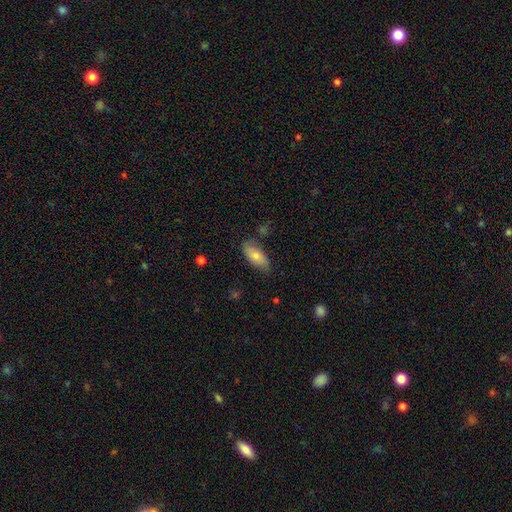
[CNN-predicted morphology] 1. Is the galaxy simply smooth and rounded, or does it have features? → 74% smooth, 19% featured or disk, 6% star or artifact.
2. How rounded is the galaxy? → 85% in between, 12% cigar-shaped, 2% round.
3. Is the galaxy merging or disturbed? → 76% none, 18% minor disturbance, 3% major disturbance, 3% merger.